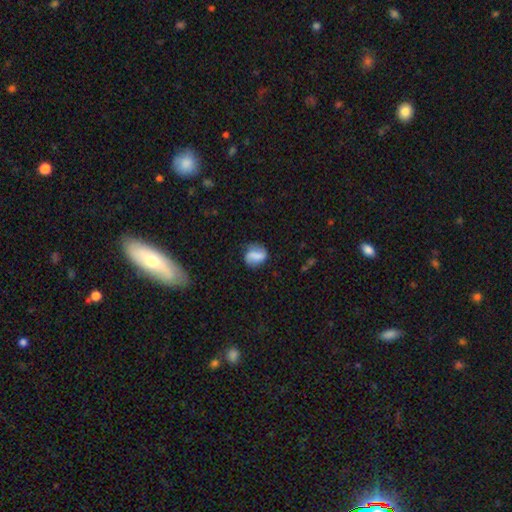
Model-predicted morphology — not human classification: smooth_or_featured: smooth (p=0.50) [alt: featured or disk p=0.41]
merging: none (p=0.68) [alt: minor disturbance p=0.22]